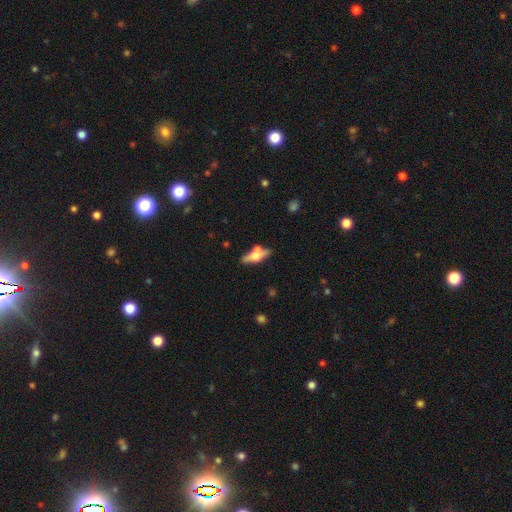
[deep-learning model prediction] Q: Smooth or featured?
A: featured or disk (49%); runner-up: smooth (44%)
Q: Merging?
A: none (62%); runner-up: merger (18%)